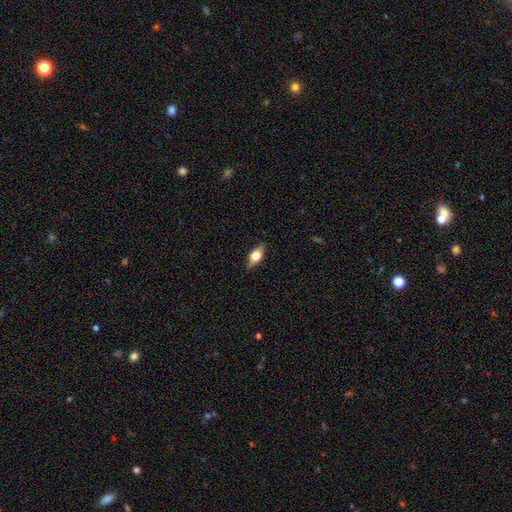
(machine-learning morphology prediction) Smooth or featured?
  - smooth: 60% *
  - featured or disk: 33%
  - star or artifact: 7%
How rounded?
  - in between: 80% *
  - cigar-shaped: 14%
  - round: 7%
Merging?
  - none: 85% *
  - minor disturbance: 12%
  - major disturbance: 2%
  - merger: 1%